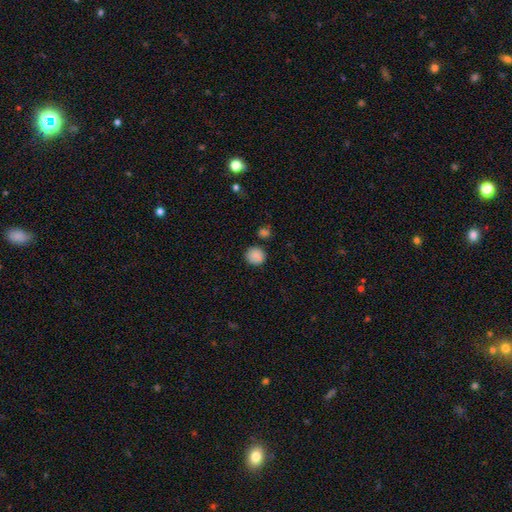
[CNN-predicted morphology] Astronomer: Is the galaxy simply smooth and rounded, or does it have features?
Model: smooth — 86%.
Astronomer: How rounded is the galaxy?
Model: round — 89%.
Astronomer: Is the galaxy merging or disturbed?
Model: none — 80%.